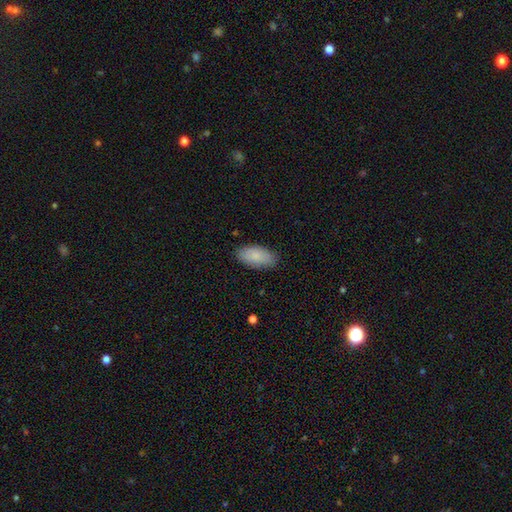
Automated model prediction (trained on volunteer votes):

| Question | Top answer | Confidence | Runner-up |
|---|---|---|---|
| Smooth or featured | smooth | 85% | featured or disk (9%) |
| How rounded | in between | 94% | cigar-shaped (4%) |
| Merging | none | 85% | minor disturbance (12%) |